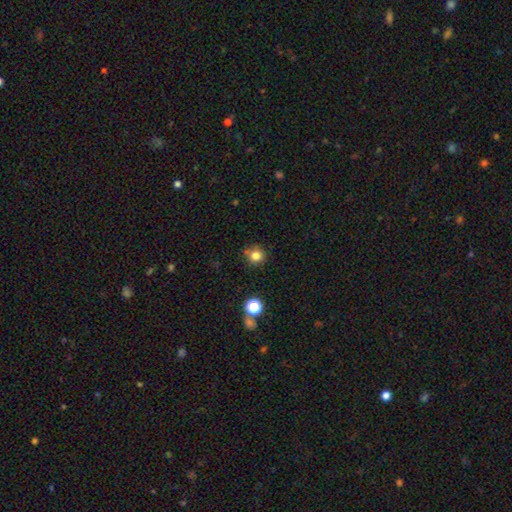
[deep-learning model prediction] This appears to be a smooth galaxy with no disk features (80%) that is round (92%). Merging: none (81%).